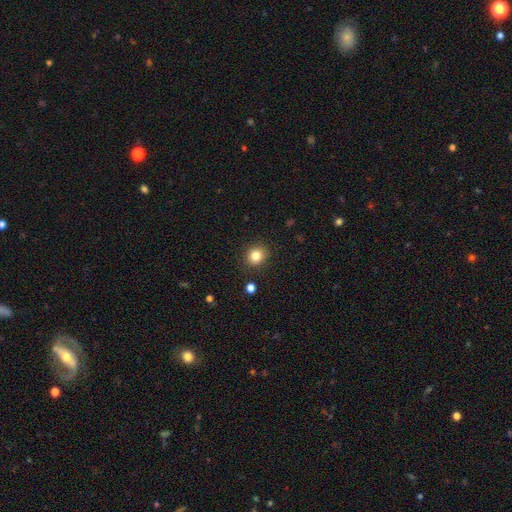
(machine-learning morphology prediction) The model was most divided on "how rounded": round: 78%, in between: 22%, cigar-shaped: 1%. More confident: merging — none (88%); smooth or featured — smooth (83%).